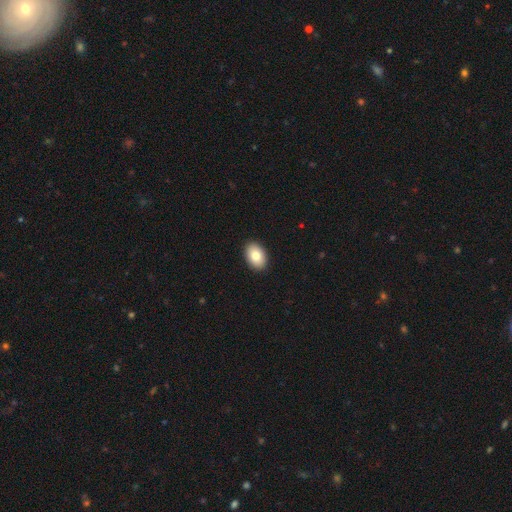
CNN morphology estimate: Smooth or featured? Predicted: smooth (p=0.83). How rounded? Predicted: in between (p=0.87). Merging? Predicted: none (p=0.91).